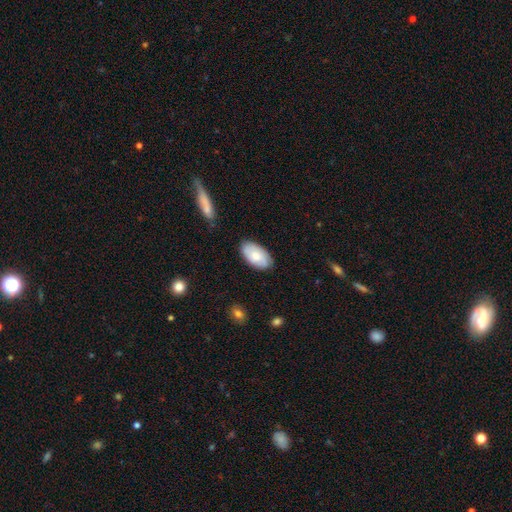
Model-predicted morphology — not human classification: smooth 70%, featured or disk 24%, star or artifact 6%. Down the decision tree: how rounded — in between (95%); merging — none (82%).